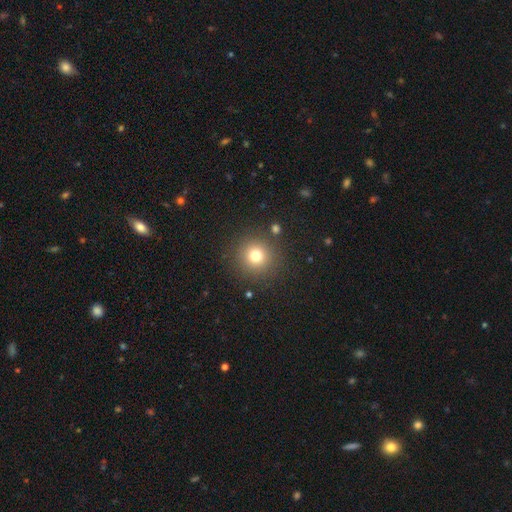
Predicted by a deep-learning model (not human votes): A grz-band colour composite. It shows a smooth galaxy with no disk features (76%) that is round (95%). Merging: none (87%).